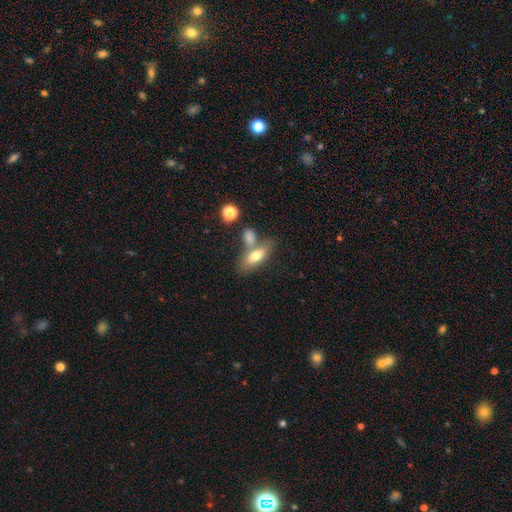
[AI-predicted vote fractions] smooth-or-featured: smooth: 70% | featured or disk: 23% | star or artifact: 7%
  how-rounded: in between: 75% | cigar-shaped: 21% | round: 4%
  merging: none: 51% | merger: 31% | minor disturbance: 13% | major disturbance: 5%